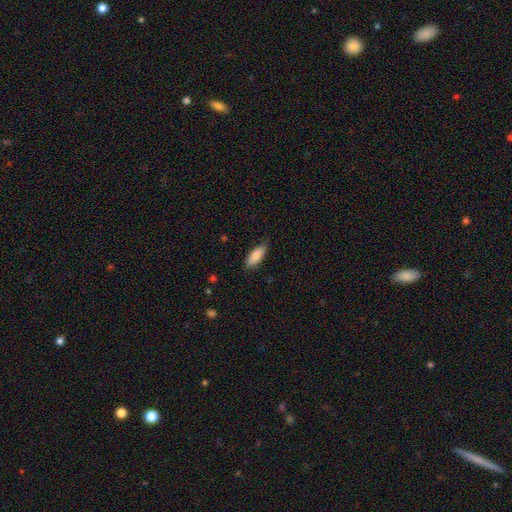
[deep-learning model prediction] Smooth or featured: smooth — 87% (featured or disk — 7%)
How rounded: in between — 75% (cigar-shaped — 23%)
Merging: none — 80% (minor disturbance — 16%)